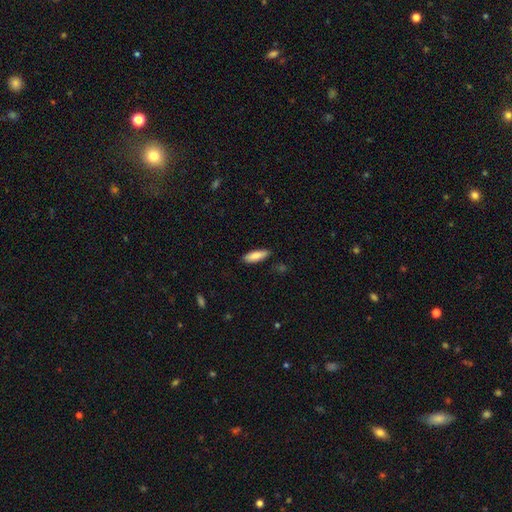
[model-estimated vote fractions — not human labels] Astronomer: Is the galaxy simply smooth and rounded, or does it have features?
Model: smooth — 85%.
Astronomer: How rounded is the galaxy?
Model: in between — 51% (runner-up: cigar-shaped, 48%).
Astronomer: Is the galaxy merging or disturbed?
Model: none — 84%.